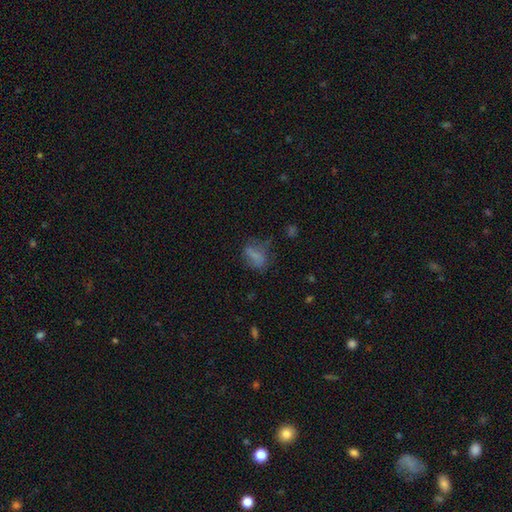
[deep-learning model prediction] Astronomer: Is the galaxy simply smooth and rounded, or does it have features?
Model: smooth — 65%.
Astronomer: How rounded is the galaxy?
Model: in between — 71%.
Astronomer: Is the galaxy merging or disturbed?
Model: none — 45% (runner-up: minor disturbance, 26%).